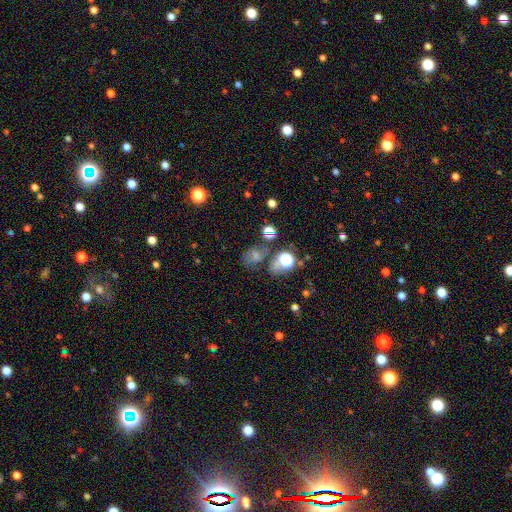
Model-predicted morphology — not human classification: type=smooth (52%); roundness=in between (57%); merging=none (47%).